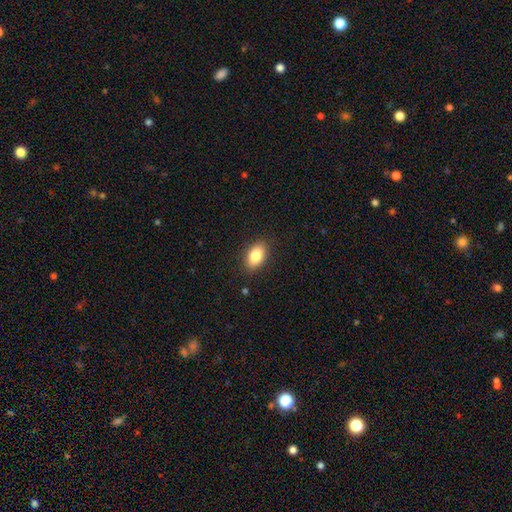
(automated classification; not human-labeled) Smooth or featured: smooth — 82% (featured or disk — 10%)
How rounded: in between — 89% (round — 9%)
Merging: none — 88% (minor disturbance — 9%)